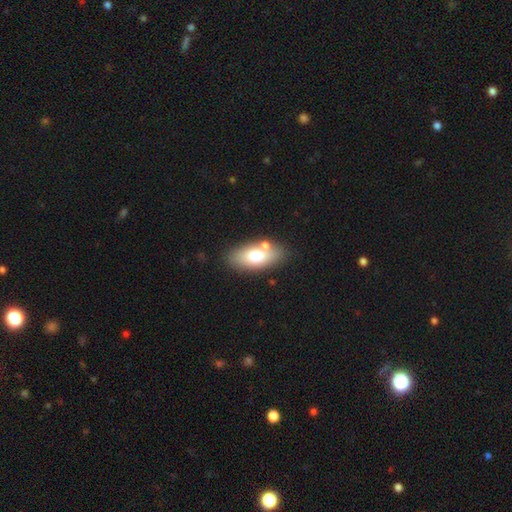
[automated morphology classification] smooth 73%, featured or disk 19%, star or artifact 8%. Down the decision tree: how rounded — in between (89%); merging — none (75%).